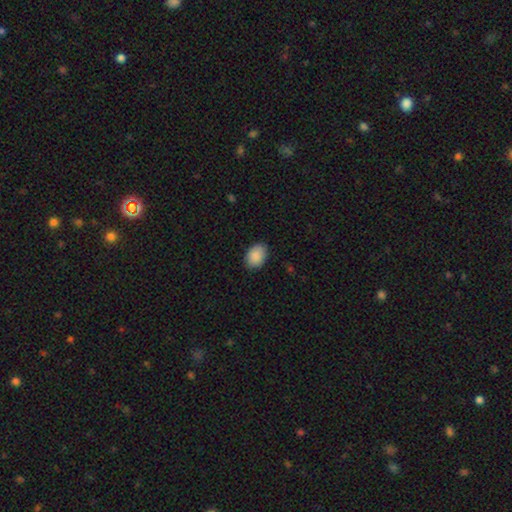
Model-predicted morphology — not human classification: Smooth or featured? smooth (91%)
How rounded? in between (80%)
Merging? none (87%)